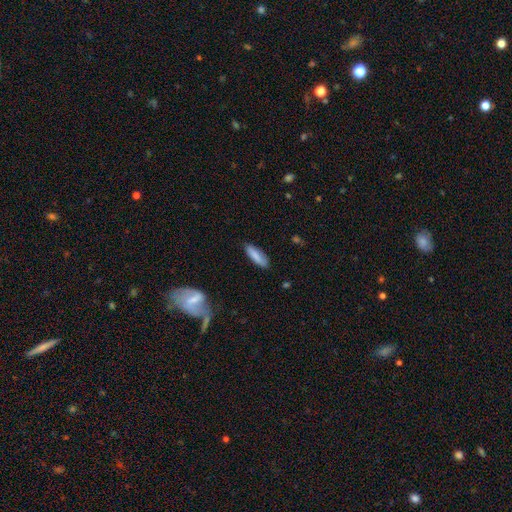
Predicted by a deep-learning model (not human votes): smooth_or_featured: smooth (p=0.83) [alt: featured or disk p=0.11]
how_rounded: cigar-shaped (p=0.51) [alt: in between p=0.47]
merging: none (p=0.83) [alt: minor disturbance p=0.13]